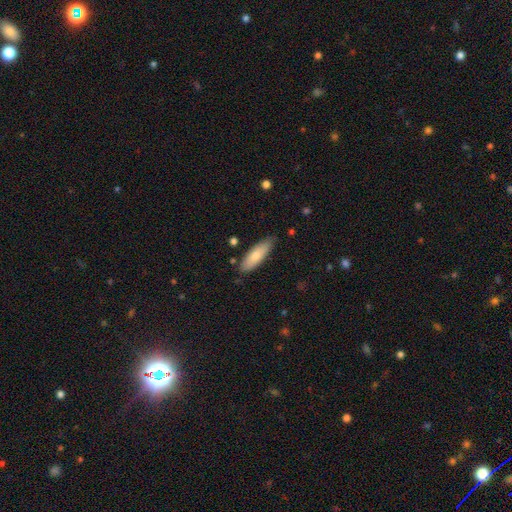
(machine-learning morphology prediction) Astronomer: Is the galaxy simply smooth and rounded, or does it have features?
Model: smooth — 77%.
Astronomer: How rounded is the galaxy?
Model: in between — 52% (runner-up: cigar-shaped, 47%).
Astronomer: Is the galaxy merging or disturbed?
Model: none — 81%.